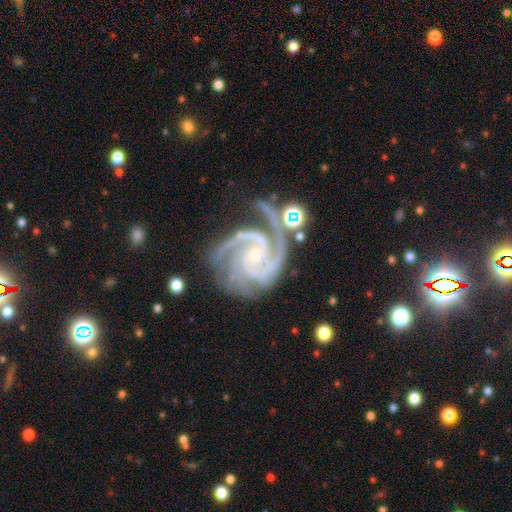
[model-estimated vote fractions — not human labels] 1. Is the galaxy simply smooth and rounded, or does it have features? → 94% featured or disk, 4% star or artifact, 2% smooth.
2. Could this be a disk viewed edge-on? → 98% no, 2% yes.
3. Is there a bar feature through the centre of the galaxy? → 65% no, 24% weak, 11% strong.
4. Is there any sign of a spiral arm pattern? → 99% yes, 1% no.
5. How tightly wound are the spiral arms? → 61% tight, 36% medium, 3% loose.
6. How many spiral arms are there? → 57% 3, 16% 4, 14% 2, 5% can't tell, 4% more than 4, 4% 1.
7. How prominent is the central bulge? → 82% small, 14% moderate, 2% none, 1% large, 1% dominant.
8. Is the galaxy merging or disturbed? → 60% none, 22% minor disturbance, 11% major disturbance, 7% merger.